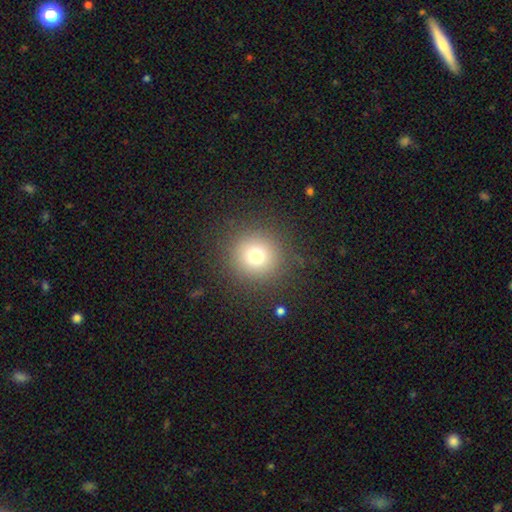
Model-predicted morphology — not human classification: Smooth or featured? smooth (75%)
How rounded? round (94%)
Merging? none (89%)